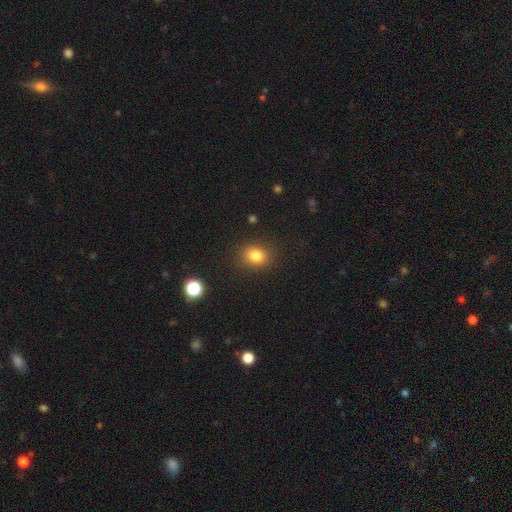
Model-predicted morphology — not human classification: type=smooth (82%); roundness=round (52%); merging=none (85%).